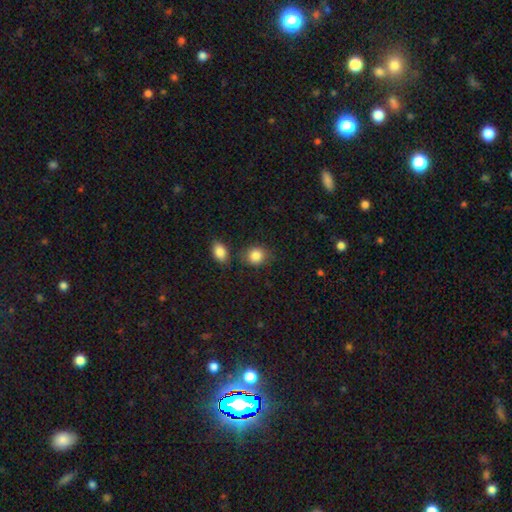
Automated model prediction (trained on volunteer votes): smooth-or-featured: smooth: 86% | star or artifact: 9% | featured or disk: 5%
  how-rounded: round: 67% | in between: 32% | cigar-shaped: 1%
  merging: none: 73% | minor disturbance: 14% | merger: 9% | major disturbance: 4%